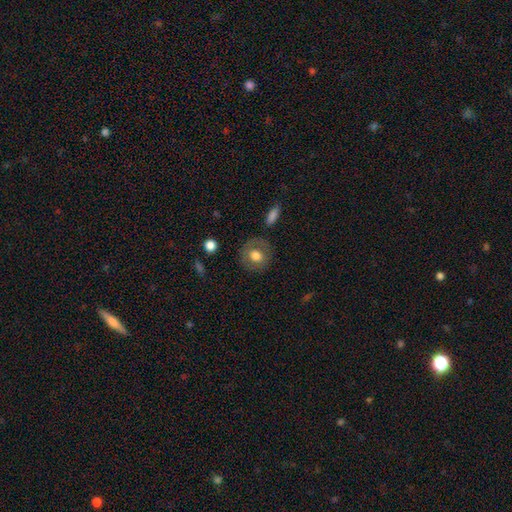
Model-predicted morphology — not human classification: type=smooth (65%); roundness=round (84%); merging=none (79%).